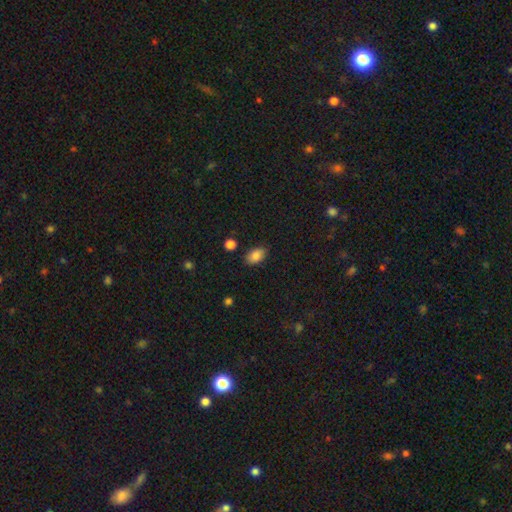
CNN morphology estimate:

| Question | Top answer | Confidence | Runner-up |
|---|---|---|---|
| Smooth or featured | smooth | 85% | star or artifact (8%) |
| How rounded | in between | 89% | round (9%) |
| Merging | none | 83% | minor disturbance (12%) |